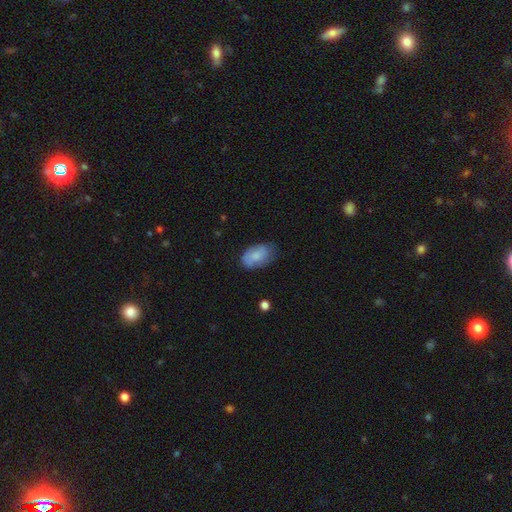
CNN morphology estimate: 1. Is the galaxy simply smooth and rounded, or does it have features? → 74% smooth, 19% featured or disk, 7% star or artifact.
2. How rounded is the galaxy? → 91% in between, 8% round, 1% cigar-shaped.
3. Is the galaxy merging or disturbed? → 63% none, 28% minor disturbance, 7% major disturbance, 2% merger.